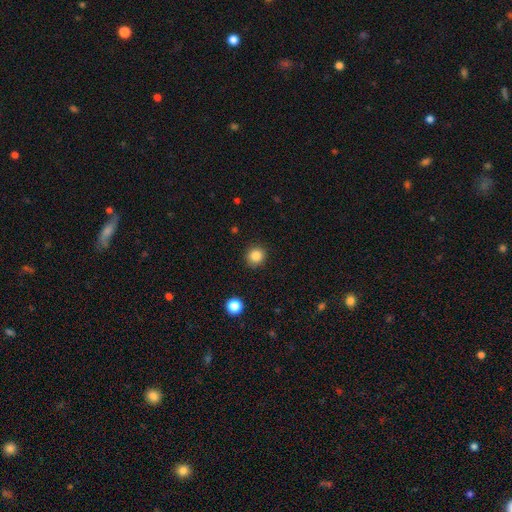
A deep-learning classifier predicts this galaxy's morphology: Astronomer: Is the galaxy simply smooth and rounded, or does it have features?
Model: smooth — 86%.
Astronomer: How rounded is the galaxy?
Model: round — 90%.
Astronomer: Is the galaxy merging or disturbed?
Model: none — 90%.